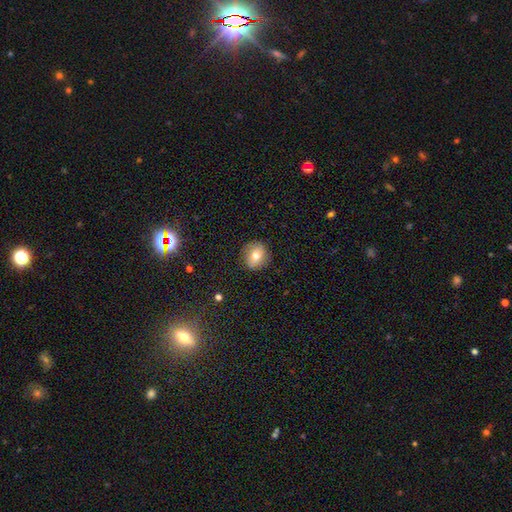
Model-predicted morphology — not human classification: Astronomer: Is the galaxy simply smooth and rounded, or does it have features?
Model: smooth — 70%.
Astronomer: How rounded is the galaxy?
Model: round — 79%.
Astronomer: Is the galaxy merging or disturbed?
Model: none — 86%.